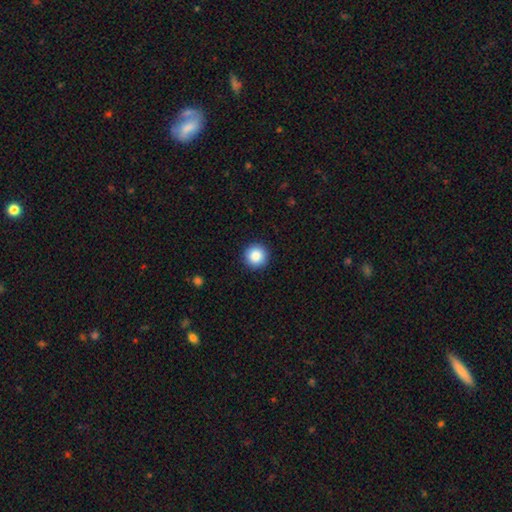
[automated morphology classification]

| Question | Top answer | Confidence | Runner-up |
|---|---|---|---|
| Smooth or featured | smooth | 87% | star or artifact (9%) |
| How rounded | round | 96% | in between (3%) |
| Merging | none | 93% | minor disturbance (5%) |